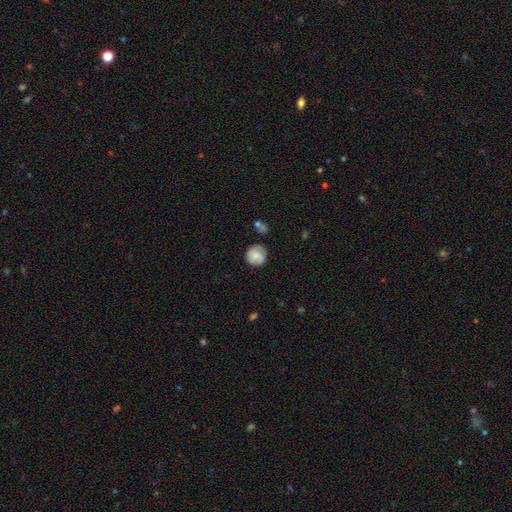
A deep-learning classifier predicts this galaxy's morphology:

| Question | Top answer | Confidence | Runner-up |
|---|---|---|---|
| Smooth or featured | smooth | 61% | featured or disk (31%) |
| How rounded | round | 88% | in between (11%) |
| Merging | none | 71% | minor disturbance (19%) |